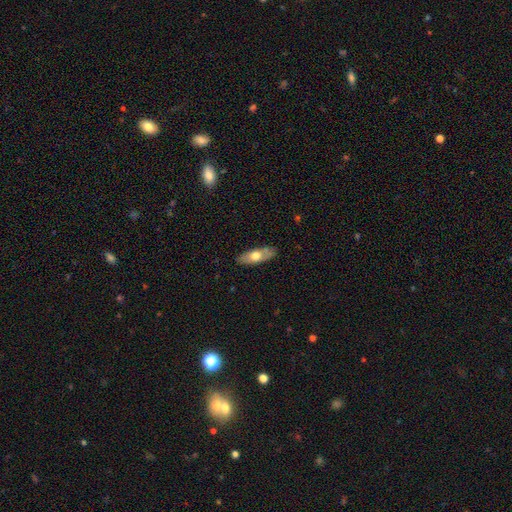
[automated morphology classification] Q: Smooth or featured?
A: smooth (59%); runner-up: featured or disk (36%)
Q: How rounded?
A: in between (71%); runner-up: cigar-shaped (26%)
Q: Merging?
A: none (83%); runner-up: minor disturbance (13%)